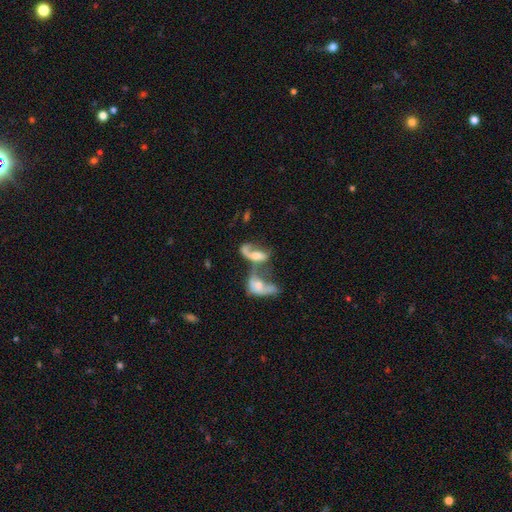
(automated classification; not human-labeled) Morphology: type=featured or disk (52%); edge-on=no (91%); merging=merger (73%).